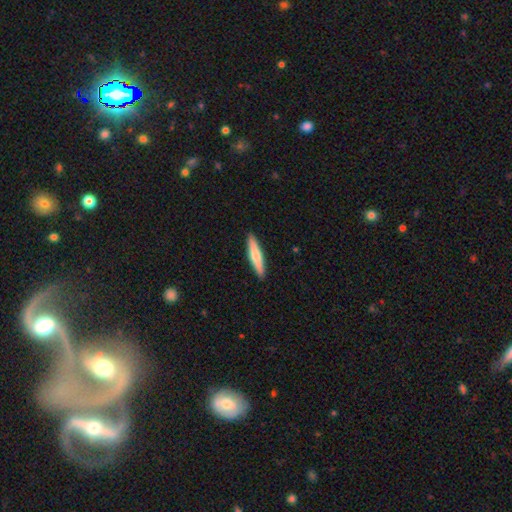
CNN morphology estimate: type=smooth (64%); roundness=cigar-shaped (89%); merging=none (92%).